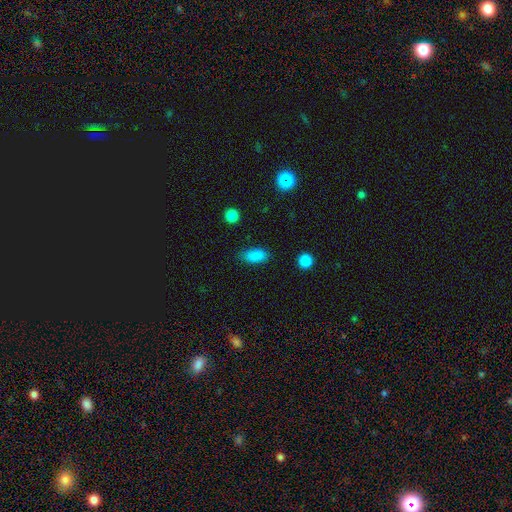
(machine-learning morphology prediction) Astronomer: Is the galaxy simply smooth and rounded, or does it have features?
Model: smooth — 87%.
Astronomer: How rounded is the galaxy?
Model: in between — 87%.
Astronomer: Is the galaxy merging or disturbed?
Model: none — 82%.